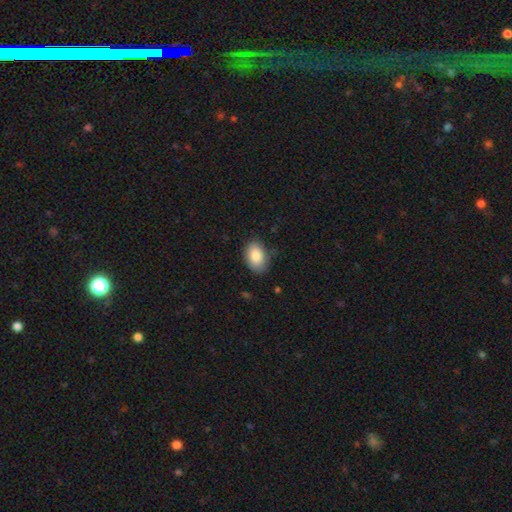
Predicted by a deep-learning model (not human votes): Morphology: type=smooth (86%); roundness=in between (87%); merging=none (78%).